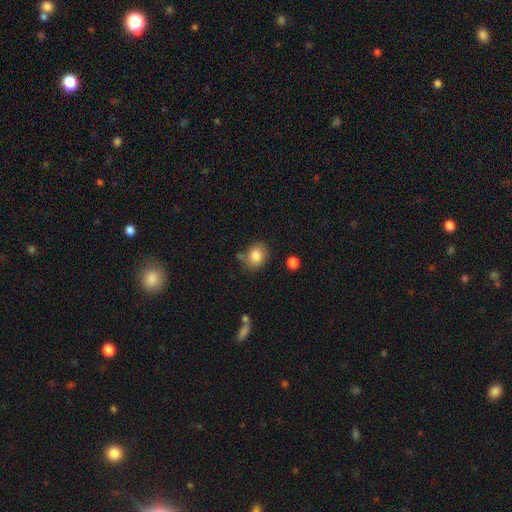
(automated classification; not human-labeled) A smooth galaxy with no disk features (83%) that is round (51%).

Vote fractions:
- Smooth or featured? smooth: 83% / star or artifact: 9% / featured or disk: 8%
- How rounded? round: 51% / in between: 48% / cigar-shaped: 1%
- Merging? none: 70% / minor disturbance: 18% / merger: 7% / major disturbance: 5%